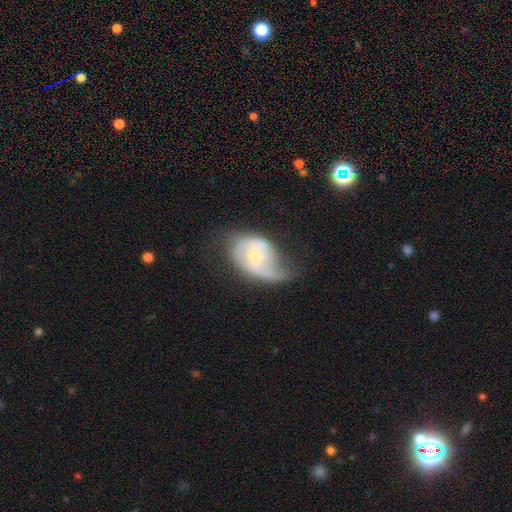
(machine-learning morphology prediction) A featured or disk galaxy (68%) with no bar (65%), 2 (49%) loose (44%) spiral arms (78%) and a small central bulge (47%, tied with moderate). Merging: major disturbance (33%, tied with minor disturbance).